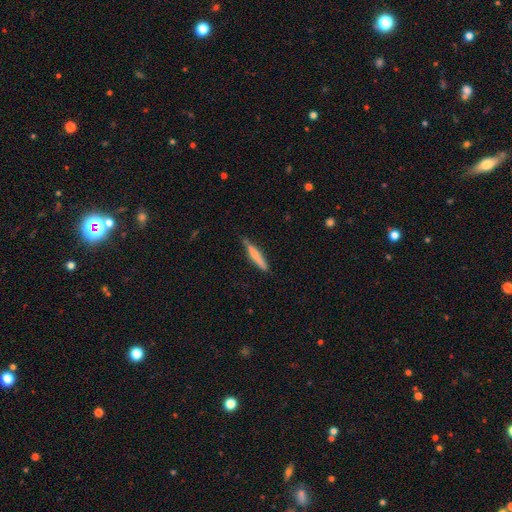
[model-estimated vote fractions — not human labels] Overall: smooth (66%; featured or disk 29%). How rounded: cigar-shaped (92%). Merging: none (78%).